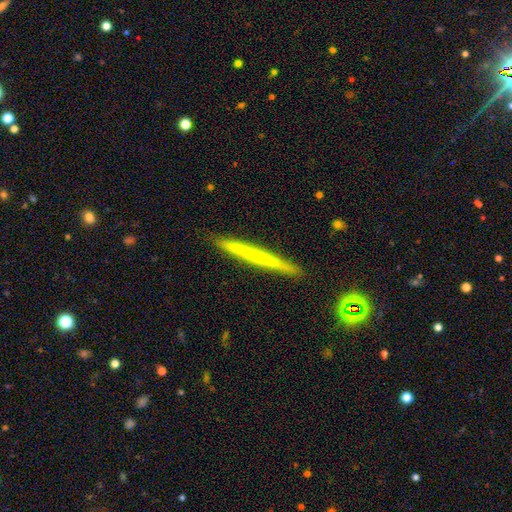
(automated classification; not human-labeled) Smooth or featured? Predicted: smooth (p=0.48). Merging? Predicted: none (p=0.91).